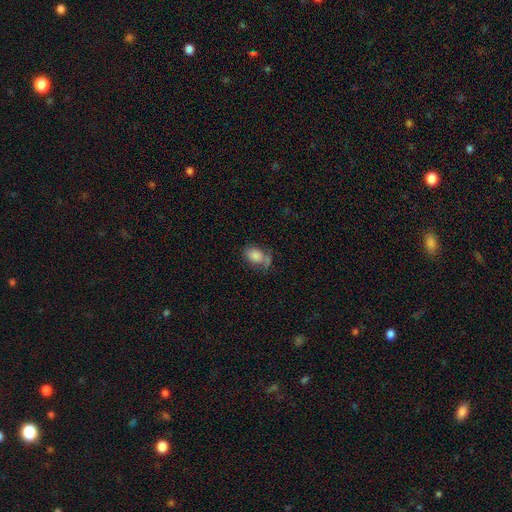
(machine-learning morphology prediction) Smooth or featured: smooth — 80% (star or artifact — 10%)
How rounded: in between — 80% (round — 19%)
Merging: none — 49% (minor disturbance — 24%)